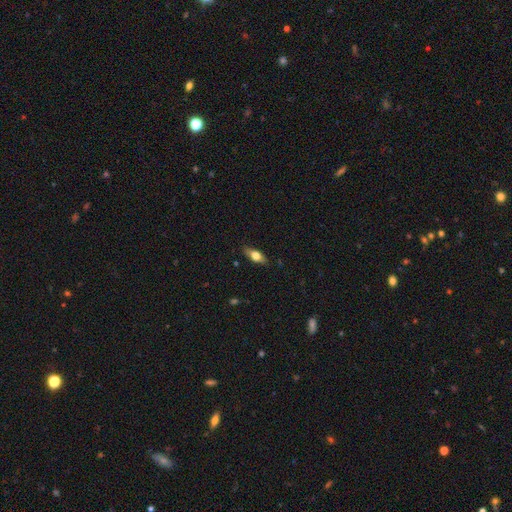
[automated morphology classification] Q: Smooth or featured?
A: smooth (63%); runner-up: featured or disk (30%)
Q: How rounded?
A: in between (71%); runner-up: cigar-shaped (24%)
Q: Merging?
A: none (83%); runner-up: minor disturbance (13%)